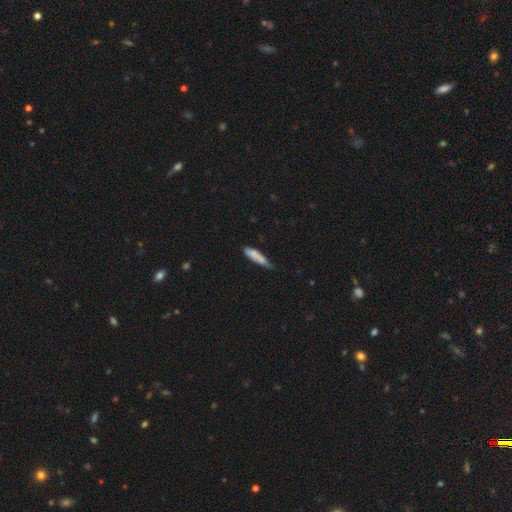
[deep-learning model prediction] This is likely a smooth galaxy (76%). How rounded: likely cigar-shaped (72%). Merging: marginally minor disturbance (42%, tied with none).